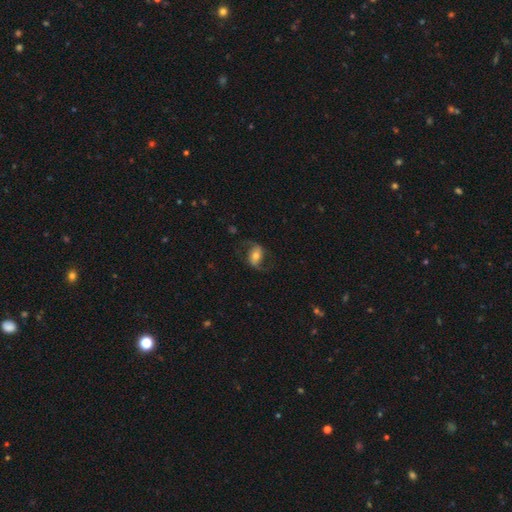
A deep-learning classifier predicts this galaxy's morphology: Overall: featured or disk (67%). Edge-on disk: no (95%). Bar: weak (34%, tied with no). Spiral arms: yes (90%). Spiral arm count: 2 (90%). Spiral winding: loose (60%; medium 32%). Bulge size: moderate (59%; small 27%). Merging: none (69%).